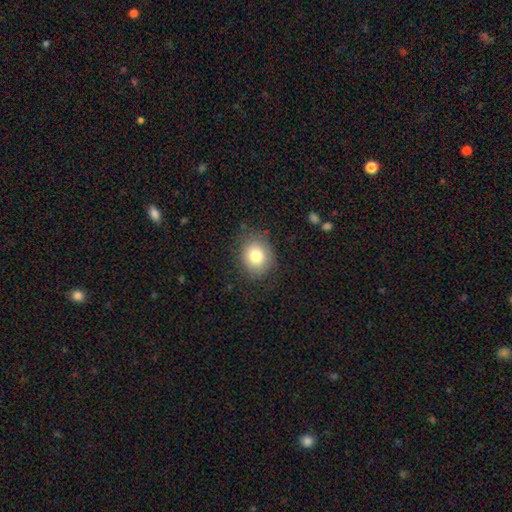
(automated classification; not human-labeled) Morphology: type=smooth (78%); roundness=round (68%); merging=none (80%).